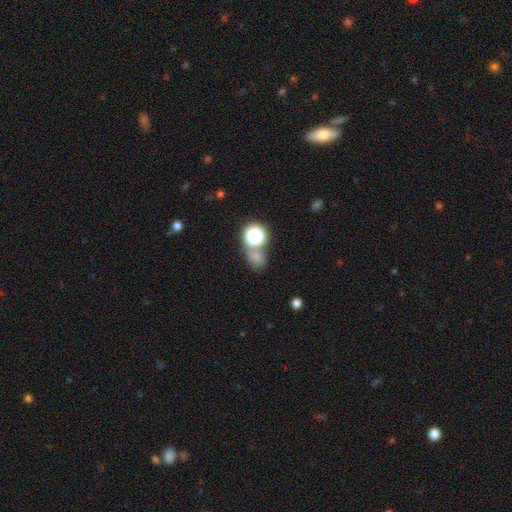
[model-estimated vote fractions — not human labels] This appears to be a smooth galaxy with no disk features (63%) that is round (62%). Merging: none (52%).